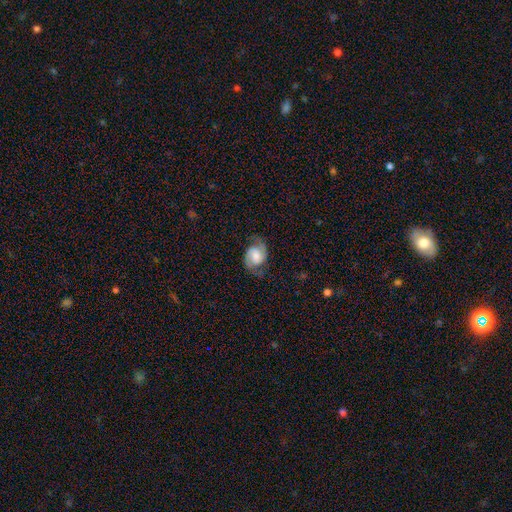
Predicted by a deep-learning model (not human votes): featured or disk 82%, smooth 12%, star or artifact 6%. Down the decision tree: edge-on disk — no (98%); bar — no (50%); spiral arms — yes (97%); spiral arm count — 2 (93%); spiral winding — medium (52%); bulge size — moderate (44%); merging — none (75%).